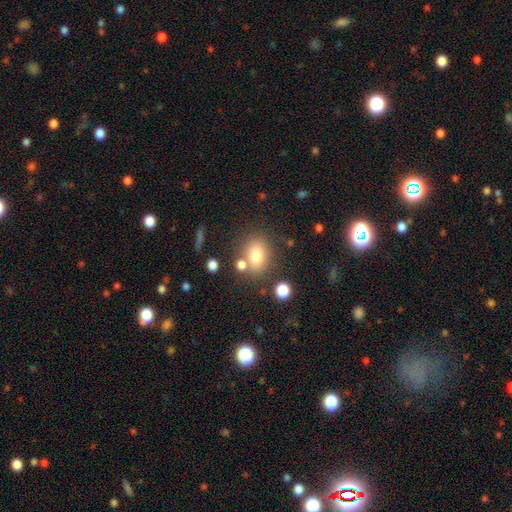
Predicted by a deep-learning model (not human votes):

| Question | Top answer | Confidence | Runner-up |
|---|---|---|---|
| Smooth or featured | smooth | 76% | featured or disk (12%) |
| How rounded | in between | 60% | round (39%) |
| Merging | none | 68% | merger (13%) |